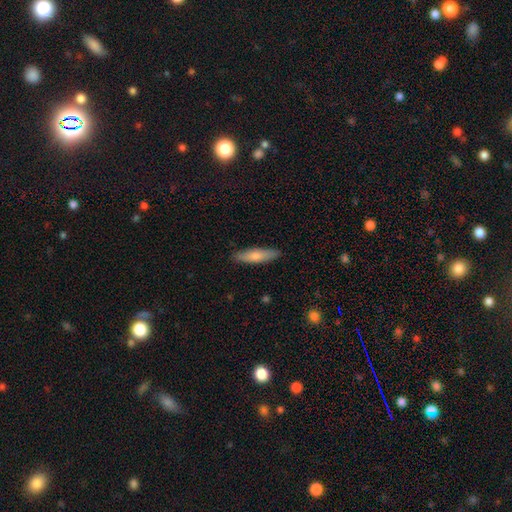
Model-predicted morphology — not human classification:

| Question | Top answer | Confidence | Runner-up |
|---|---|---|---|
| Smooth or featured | smooth | 73% | featured or disk (21%) |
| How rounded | cigar-shaped | 68% | in between (30%) |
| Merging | none | 88% | minor disturbance (9%) |